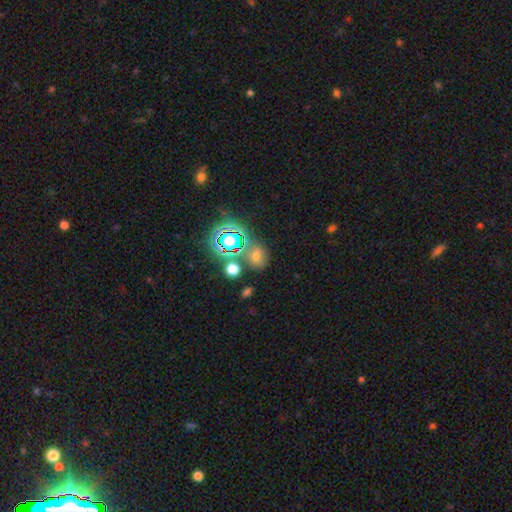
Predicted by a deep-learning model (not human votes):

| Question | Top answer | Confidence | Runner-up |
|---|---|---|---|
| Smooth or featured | smooth | 48% | star or artifact (38%) |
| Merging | none | 63% | merger (16%) |